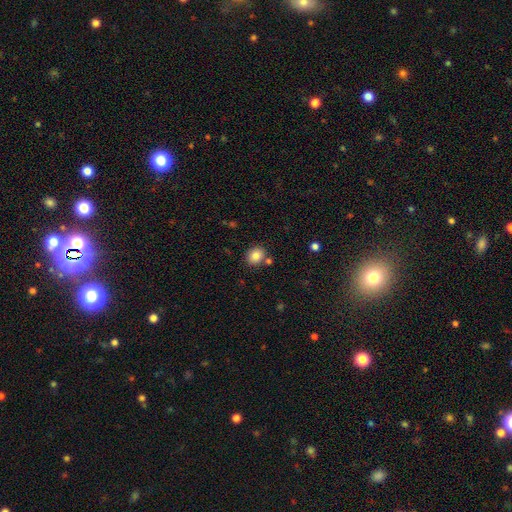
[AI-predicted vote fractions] A smooth galaxy with no disk features (83%) that is round (71%). Merging: none (80%).